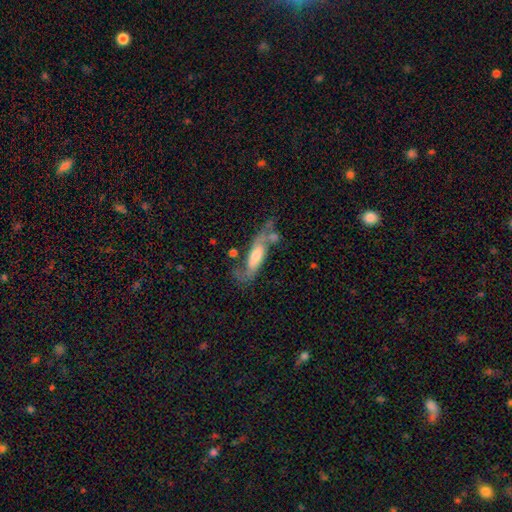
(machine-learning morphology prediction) Smooth or featured: featured or disk — 65% (smooth — 28%)
Edge-on disk: no — 73% (yes — 27%)
Merging: none — 45% (minor disturbance — 23%)